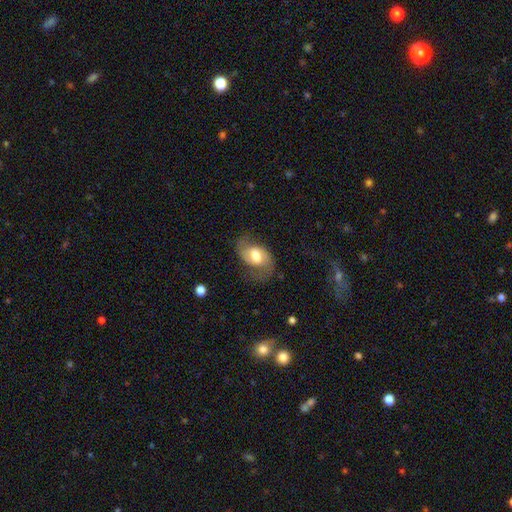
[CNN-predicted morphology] Overall: featured or disk (61%; smooth 32%). Edge-on disk: no (96%). Bar: weak (46%; no 39%). Spiral arms: yes (85%). Bulge size: moderate (61%; large 26%). Merging: none (60%; minor disturbance 22%).